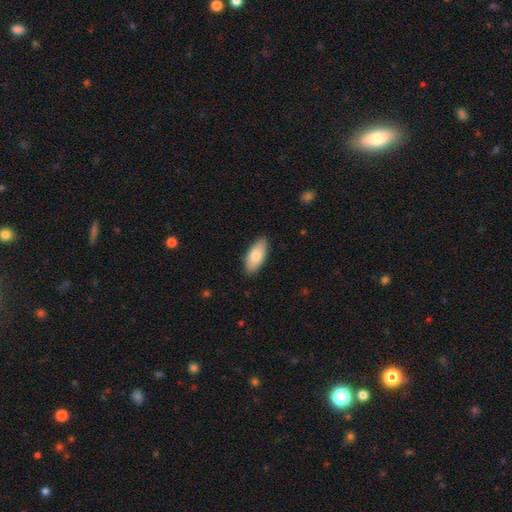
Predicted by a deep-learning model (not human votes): This is likely a smooth galaxy (80%). How rounded: clearly in between (87%). Merging: clearly none (87%).